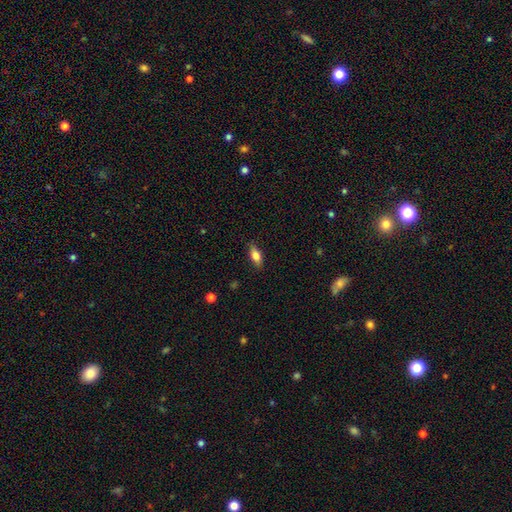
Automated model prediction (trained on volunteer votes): This appears to be a smooth galaxy with no disk features (77%) that is in between round and cigar-shaped (78%). Merging: none (85%).